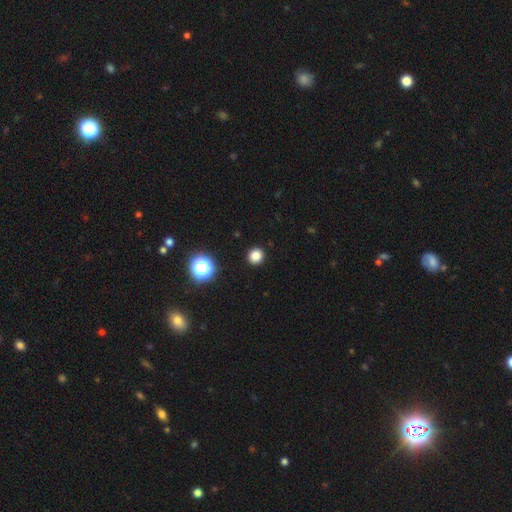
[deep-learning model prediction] Morphology: type=smooth (83%); roundness=round (94%); merging=none (93%).